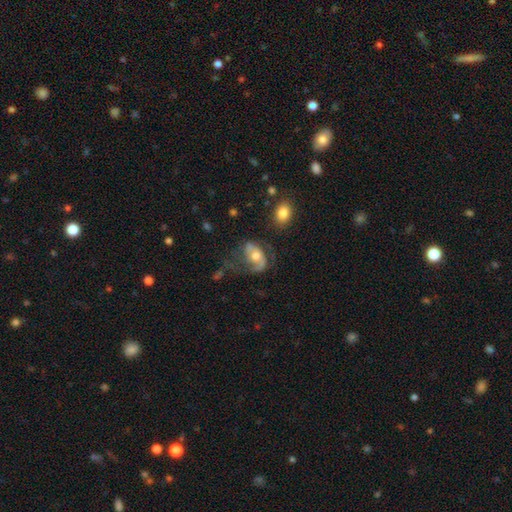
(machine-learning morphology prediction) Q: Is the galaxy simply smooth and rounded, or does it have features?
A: featured or disk — 67%.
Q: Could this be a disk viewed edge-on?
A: no — 96%.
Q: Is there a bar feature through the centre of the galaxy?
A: no — 66%.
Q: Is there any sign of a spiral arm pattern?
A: yes — 80%.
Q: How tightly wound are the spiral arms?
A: medium — 41%.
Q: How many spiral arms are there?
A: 2 — 55%.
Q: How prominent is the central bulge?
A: moderate — 67%.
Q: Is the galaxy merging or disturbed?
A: major disturbance — 38%.